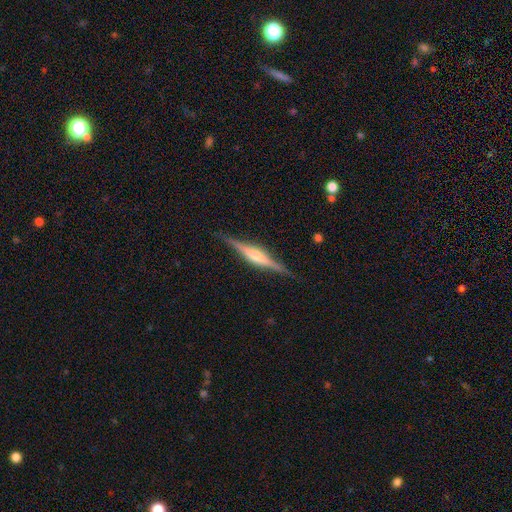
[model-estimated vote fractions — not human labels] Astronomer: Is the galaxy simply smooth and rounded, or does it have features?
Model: featured or disk — 77%.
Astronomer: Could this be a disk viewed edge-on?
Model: yes — 98%.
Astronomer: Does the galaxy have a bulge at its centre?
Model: rounded — 68%.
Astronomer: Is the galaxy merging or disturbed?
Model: none — 88%.